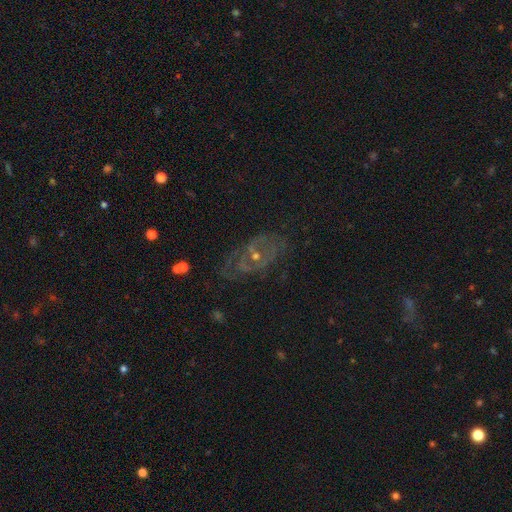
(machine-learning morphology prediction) Overall: featured or disk (72%). Edge-on disk: no (95%). Bar: no (62%; weak 30%). Spiral arms: yes (69%; no 31%). Bulge size: small (54%; moderate 39%). Merging: none (62%).